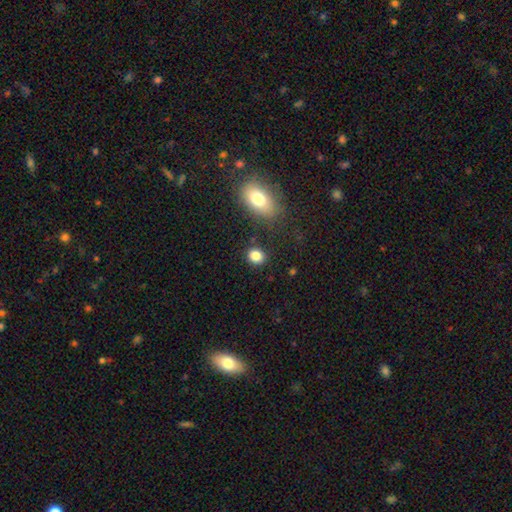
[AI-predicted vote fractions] smooth_or_featured: smooth (p=0.84) [alt: star or artifact p=0.10]
how_rounded: round (p=0.64) [alt: in between p=0.35]
merging: none (p=0.84) [alt: minor disturbance p=0.09]